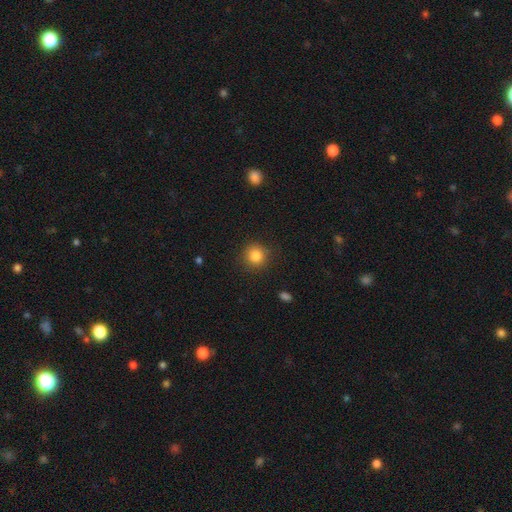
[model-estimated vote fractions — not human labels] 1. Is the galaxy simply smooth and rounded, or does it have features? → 84% smooth, 11% star or artifact, 5% featured or disk.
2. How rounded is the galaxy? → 92% round, 7% in between, 1% cigar-shaped.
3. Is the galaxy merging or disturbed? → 88% none, 8% minor disturbance, 3% major disturbance, 1% merger.